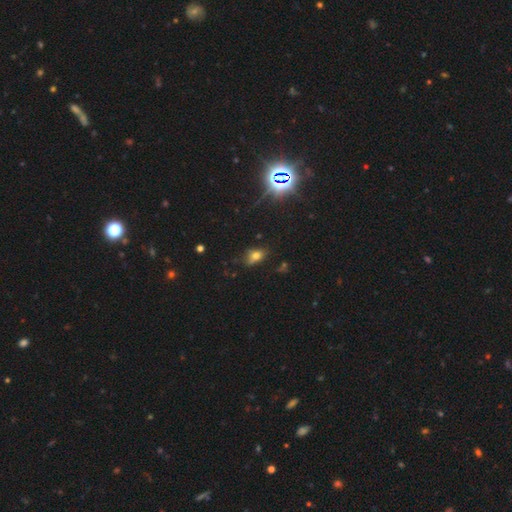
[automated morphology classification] Smooth or featured? Predicted: smooth (p=0.64). How rounded? Predicted: in between (p=0.81). Merging? Predicted: none (p=0.62).